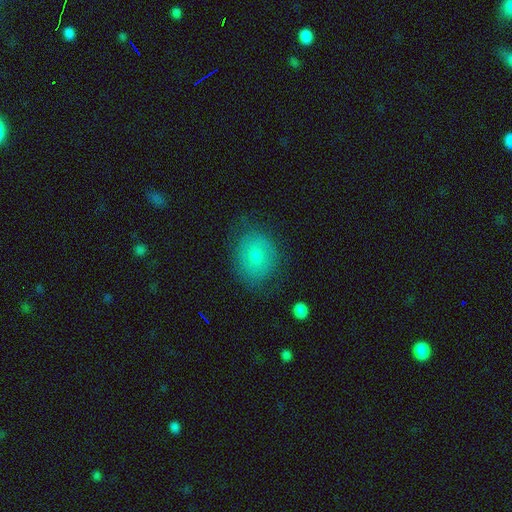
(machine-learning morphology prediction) Smooth or featured? smooth (63%)
How rounded? in between (51%)
Merging? none (74%)